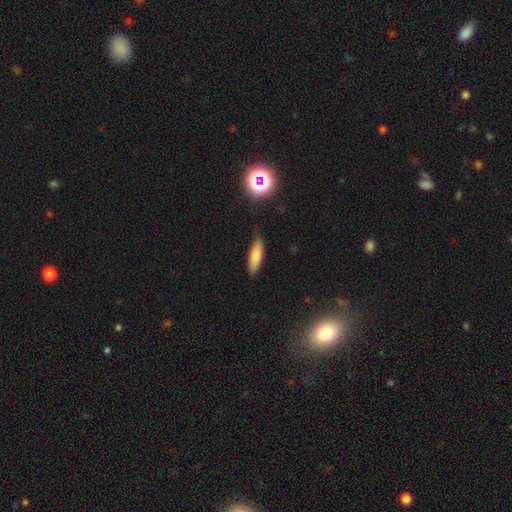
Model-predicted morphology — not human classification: Smooth or featured? Predicted: smooth (p=0.76). How rounded? Predicted: cigar-shaped (p=0.60). Merging? Predicted: none (p=0.81).